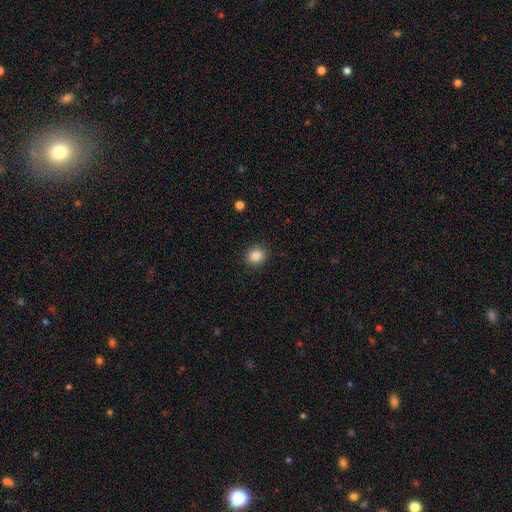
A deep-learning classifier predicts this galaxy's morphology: Smooth or featured? Predicted: smooth (p=0.86). How rounded? Predicted: round (p=0.77). Merging? Predicted: none (p=0.89).